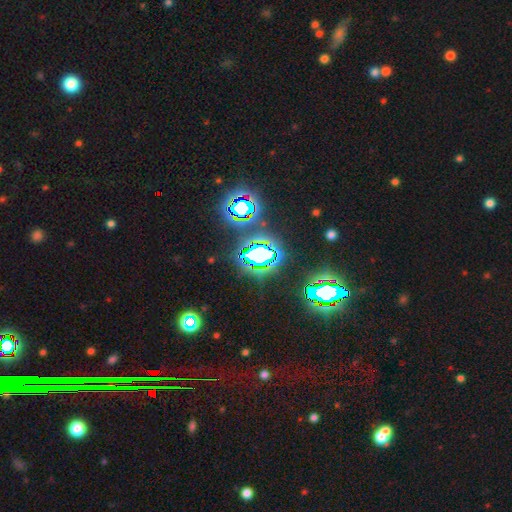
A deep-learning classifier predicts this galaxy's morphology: Smooth or featured?
  - star or artifact: 70% *
  - smooth: 18%
  - featured or disk: 12%